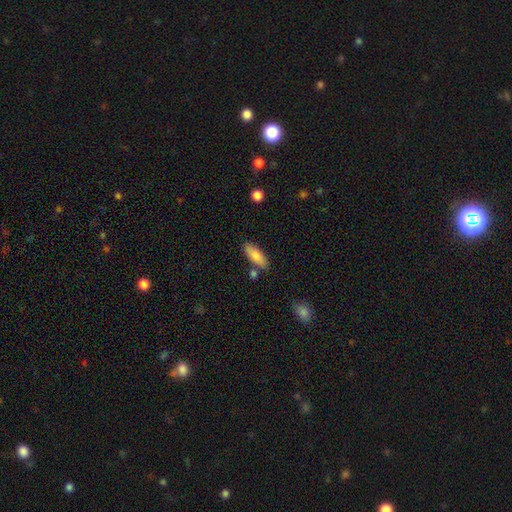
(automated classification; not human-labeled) Morphology: type=smooth (79%); roundness=in between (72%); merging=none (76%).